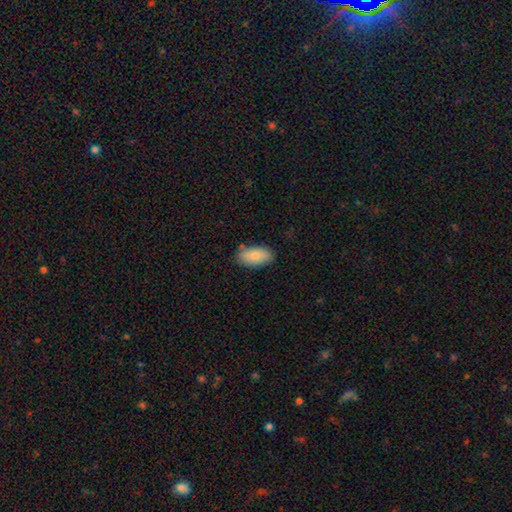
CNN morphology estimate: Smooth or featured?
  - smooth: 86% *
  - featured or disk: 8%
  - star or artifact: 6%
How rounded?
  - in between: 94% *
  - cigar-shaped: 4%
  - round: 2%
Merging?
  - none: 81% *
  - minor disturbance: 14%
  - major disturbance: 3%
  - merger: 2%